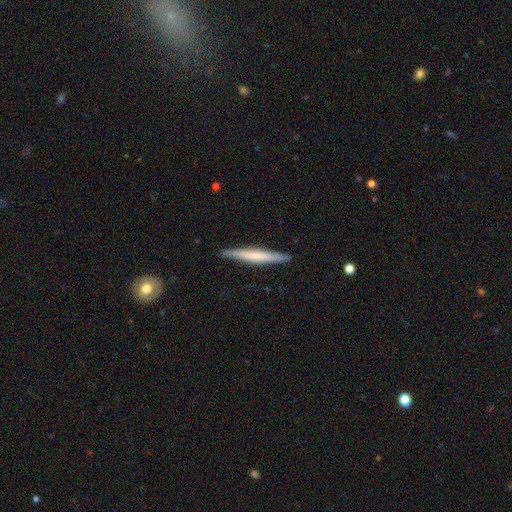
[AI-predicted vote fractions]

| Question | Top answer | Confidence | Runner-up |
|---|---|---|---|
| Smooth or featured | featured or disk | 48% | smooth (46%) |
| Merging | none | 90% | minor disturbance (8%) |